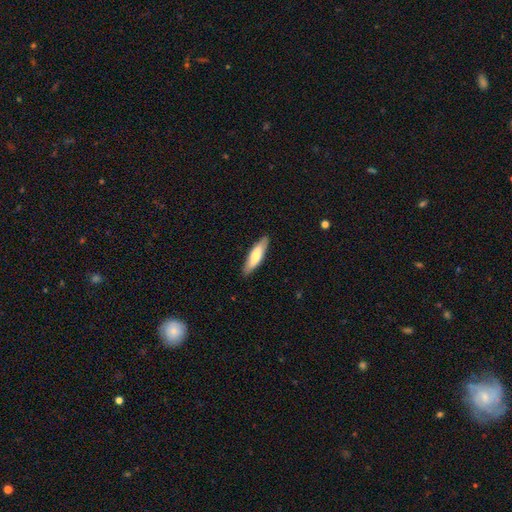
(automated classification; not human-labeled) Smooth or featured?
  - smooth: 69% *
  - featured or disk: 26%
  - star or artifact: 5%
How rounded?
  - cigar-shaped: 65% *
  - in between: 33%
  - round: 1%
Merging?
  - none: 87% *
  - minor disturbance: 10%
  - major disturbance: 2%
  - merger: 1%